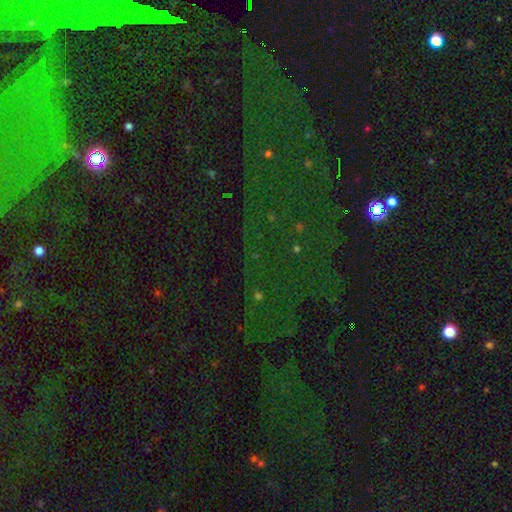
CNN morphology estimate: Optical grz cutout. It shows a star or artifact, not a galaxy (77%).